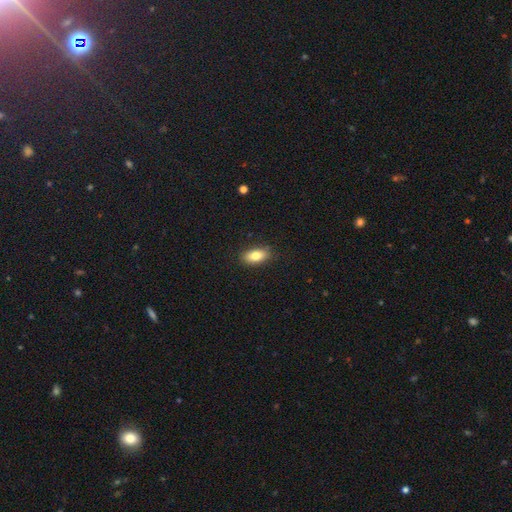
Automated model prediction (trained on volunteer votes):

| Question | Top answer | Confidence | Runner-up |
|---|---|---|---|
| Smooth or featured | smooth | 82% | featured or disk (10%) |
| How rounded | in between | 88% | cigar-shaped (8%) |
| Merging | none | 86% | minor disturbance (10%) |